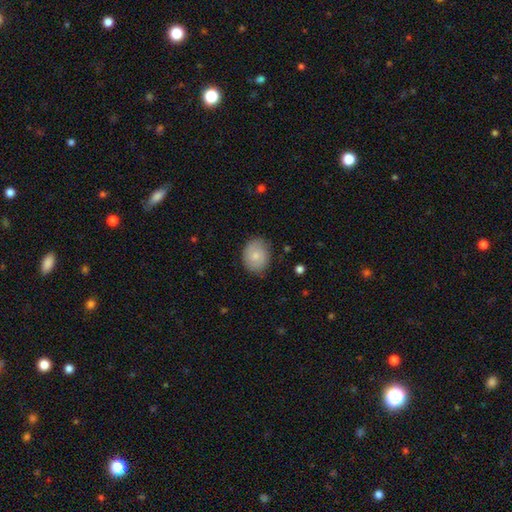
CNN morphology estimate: Smooth or featured?
  - smooth: 74% *
  - featured or disk: 20%
  - star or artifact: 7%
How rounded?
  - round: 50% * (tied)
  - in between: 50% * (tied)
  - cigar-shaped: 1%
Merging?
  - none: 78% *
  - minor disturbance: 17%
  - major disturbance: 3%
  - merger: 1%